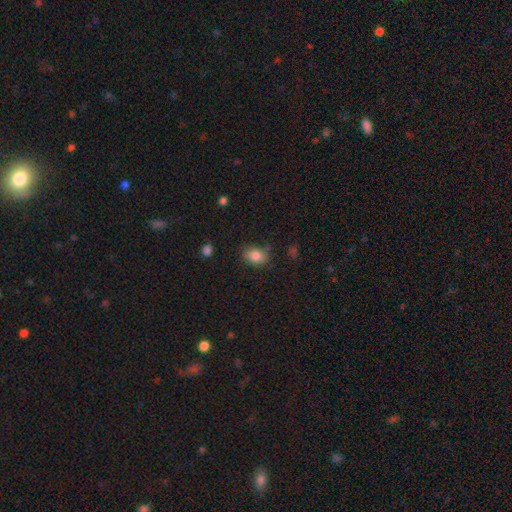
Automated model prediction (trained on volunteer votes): This appears to be a smooth galaxy with no disk features (84%) that is in between round and cigar-shaped (71%). Merging: none (74%).